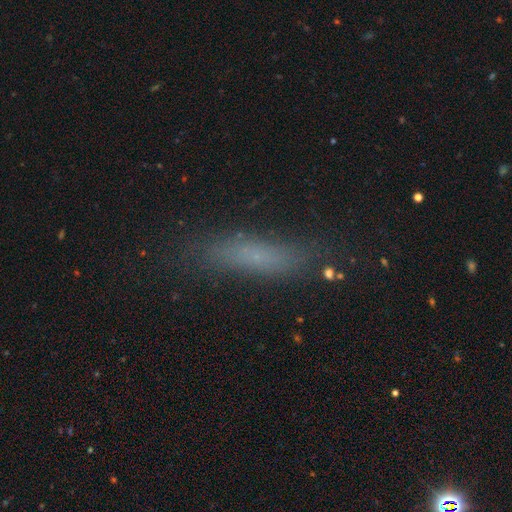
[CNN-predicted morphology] This is likely a smooth galaxy (65%). How rounded: likely cigar-shaped (77%). Merging: likely none (78%).